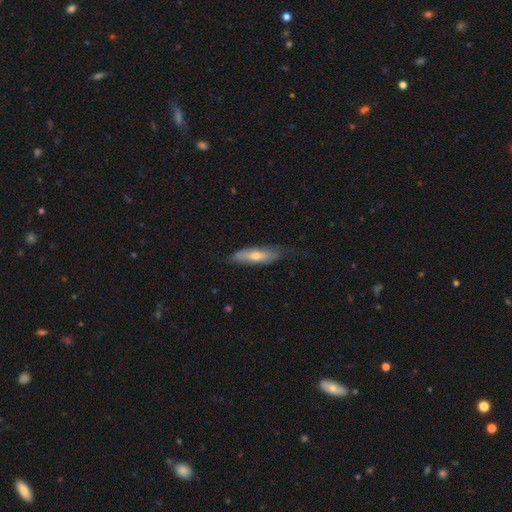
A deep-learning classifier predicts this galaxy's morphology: Q: Smooth or featured?
A: smooth (53%); runner-up: featured or disk (41%)
Q: How rounded?
A: cigar-shaped (53%); runner-up: in between (45%)
Q: Merging?
A: none (58%); runner-up: minor disturbance (29%)